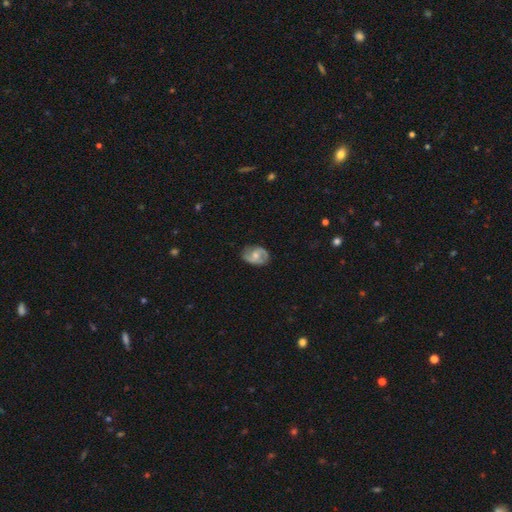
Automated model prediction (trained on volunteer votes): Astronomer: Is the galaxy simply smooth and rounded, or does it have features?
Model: featured or disk — 67%.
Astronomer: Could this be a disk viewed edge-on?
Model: no — 97%.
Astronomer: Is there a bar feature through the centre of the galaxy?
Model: weak — 45% (runner-up: no, 42%).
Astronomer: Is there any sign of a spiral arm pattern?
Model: yes — 86%.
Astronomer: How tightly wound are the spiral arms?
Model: medium — 49% (runner-up: tight, 27%).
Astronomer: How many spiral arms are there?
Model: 2 — 85%.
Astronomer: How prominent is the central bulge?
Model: moderate — 60%.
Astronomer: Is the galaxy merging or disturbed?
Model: none — 76%.